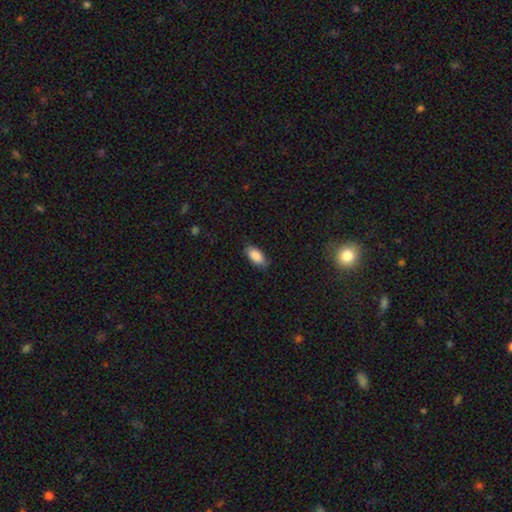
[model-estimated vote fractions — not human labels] A smooth galaxy with no disk features (88%) that is in between round and cigar-shaped (91%).

Vote fractions:
- Smooth or featured? smooth: 88% / star or artifact: 6% / featured or disk: 6%
- How rounded? in between: 91% / cigar-shaped: 6% / round: 3%
- Merging? none: 82% / minor disturbance: 14% / major disturbance: 3% / merger: 1%